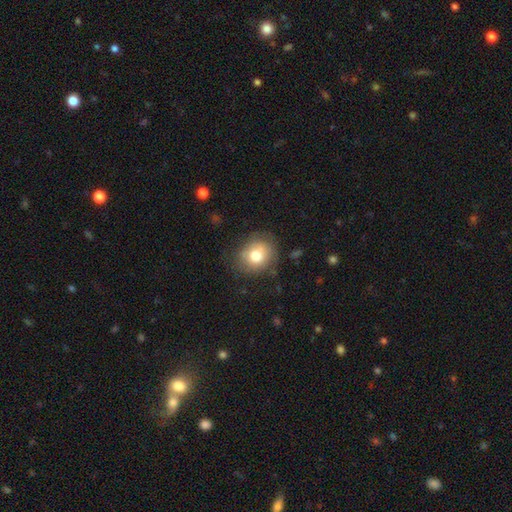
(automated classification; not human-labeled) smooth_or_featured: smooth (p=0.75) [alt: featured or disk p=0.16]
how_rounded: round (p=0.68) [alt: in between p=0.31]
merging: none (p=0.73) [alt: minor disturbance p=0.19]